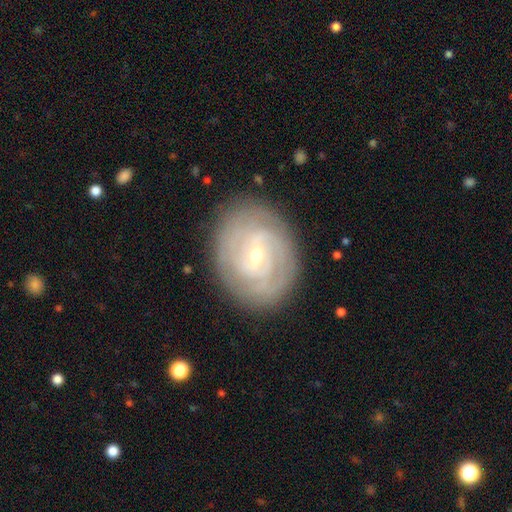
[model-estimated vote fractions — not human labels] Smooth or featured? featured or disk (83%)
Edge-on disk? no (97%)
Bar? weak (51%)
Spiral arms? yes (93%)
Spiral winding? tight (75%)
Spiral arm count? can't tell (35%)
Bulge size? small (56%)
Merging? none (84%)